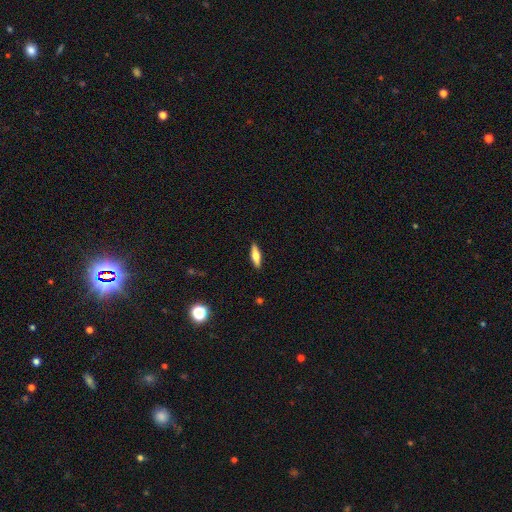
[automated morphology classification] Smooth or featured?
  - smooth: 58% *
  - featured or disk: 36%
  - star or artifact: 7%
How rounded?
  - cigar-shaped: 54% *
  - in between: 43%
  - round: 3%
Merging?
  - none: 90% *
  - minor disturbance: 8%
  - major disturbance: 2%
  - merger: 1%